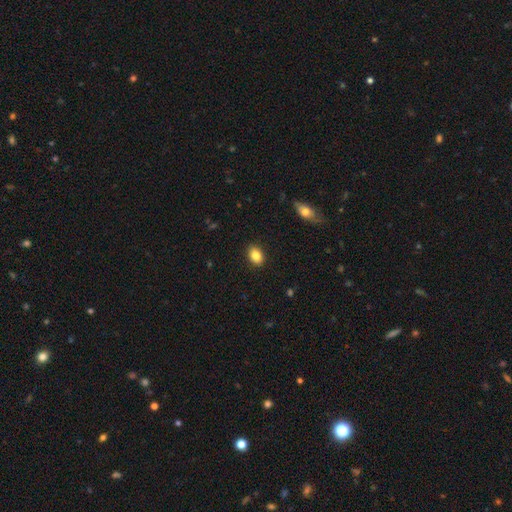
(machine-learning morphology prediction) Smooth or featured? smooth (84%)
How rounded? in between (78%)
Merging? none (89%)